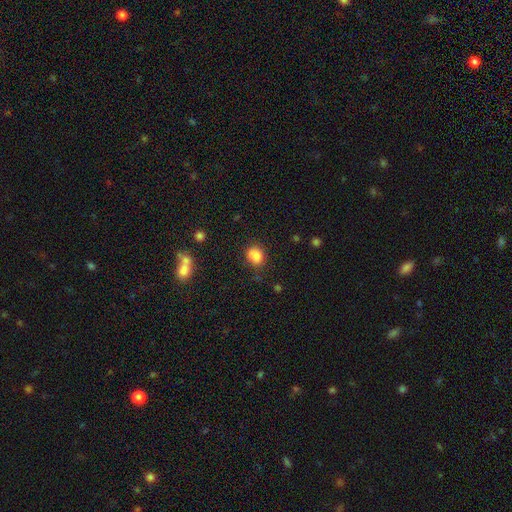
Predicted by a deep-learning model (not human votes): Q: Smooth or featured?
A: smooth (83%); runner-up: star or artifact (11%)
Q: How rounded?
A: round (59%); runner-up: in between (40%)
Q: Merging?
A: none (68%); runner-up: minor disturbance (20%)